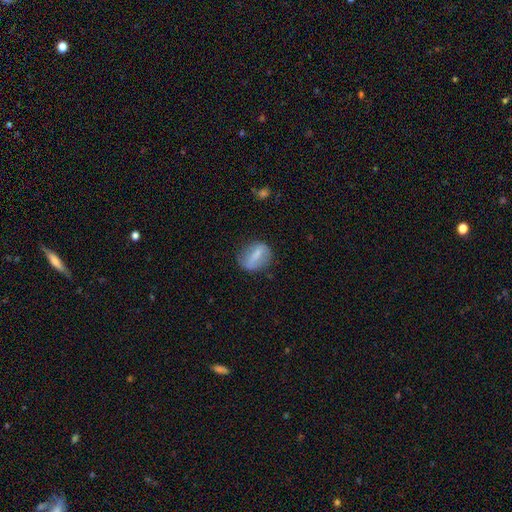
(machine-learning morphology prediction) type=smooth (55%); roundness=in between (61%); merging=none (72%).